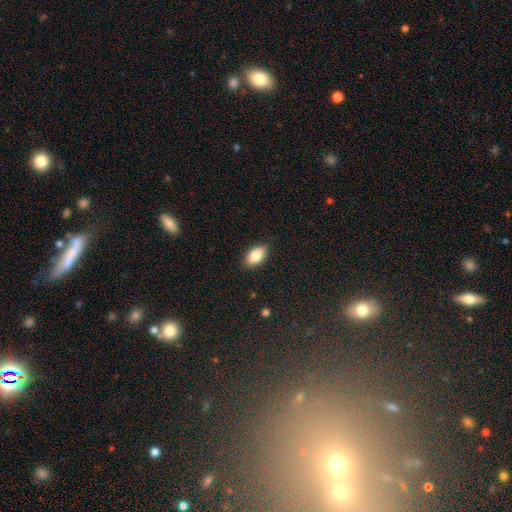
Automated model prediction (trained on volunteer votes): Smooth or featured? Predicted: smooth (p=0.86). How rounded? Predicted: in between (p=0.92). Merging? Predicted: none (p=0.86).